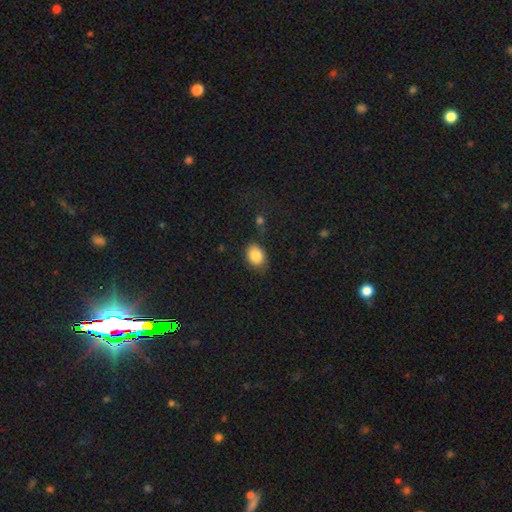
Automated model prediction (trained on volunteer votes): The model was most divided on "how rounded": in between: 65%, round: 34%, cigar-shaped: 1%. More confident: smooth or featured — smooth (85%); merging — none (77%).